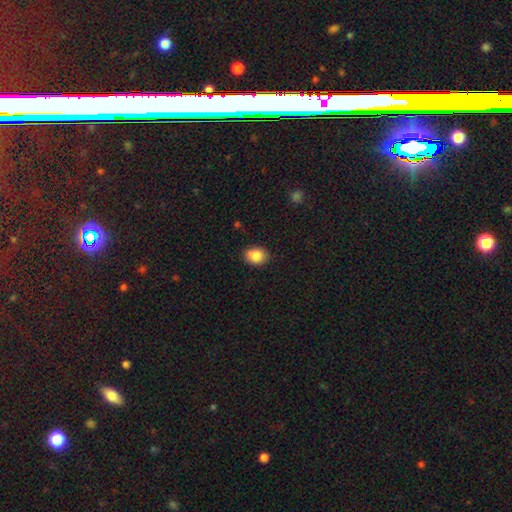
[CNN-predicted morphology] Smooth or featured: smooth — 84% (star or artifact — 8%)
How rounded: in between — 61% (round — 38%)
Merging: none — 82% (minor disturbance — 14%)